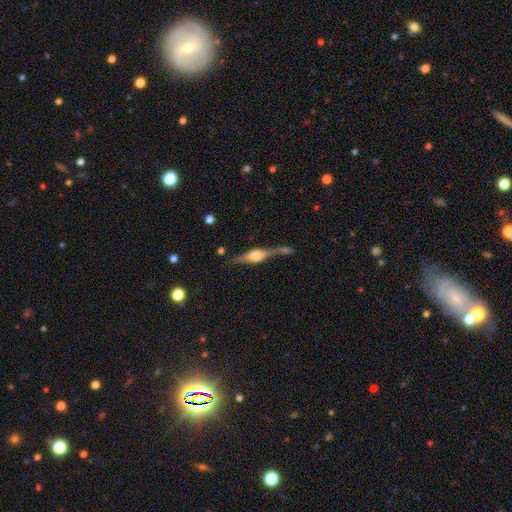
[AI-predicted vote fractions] A featured or disk galaxy (79%) viewed edge-on (96%) with a rounded central bulge (80%). Merging: none (65%).